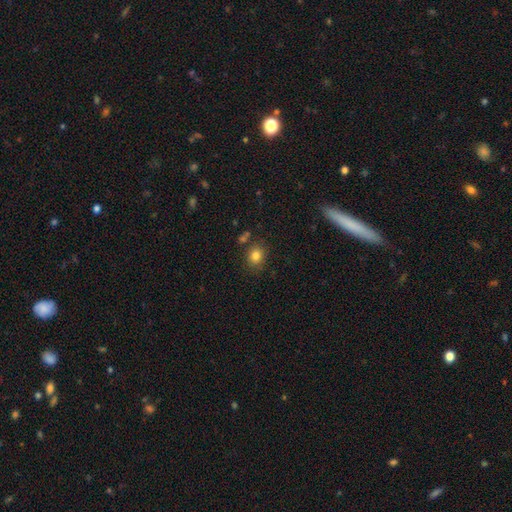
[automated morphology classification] A smooth galaxy with no disk features (81%) that is round (66%).

Vote fractions:
- Smooth or featured? smooth: 81% / star or artifact: 12% / featured or disk: 7%
- How rounded? round: 66% / in between: 33% / cigar-shaped: 1%
- Merging? none: 81% / minor disturbance: 11% / merger: 5% / major disturbance: 3%